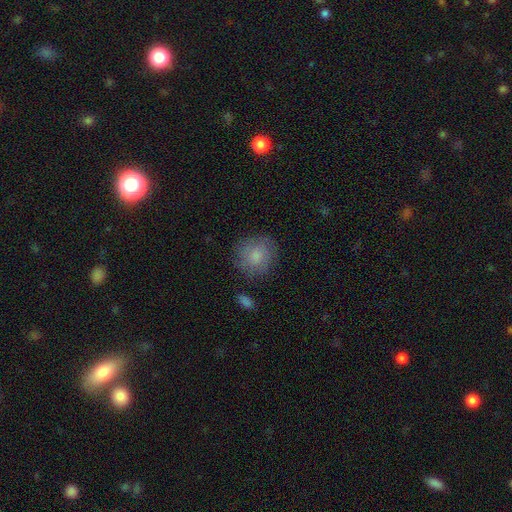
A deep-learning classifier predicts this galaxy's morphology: Smooth or featured? smooth (76%)
How rounded? round (87%)
Merging? none (78%)